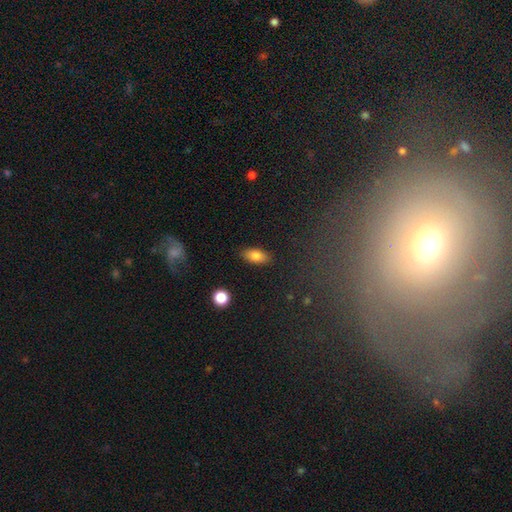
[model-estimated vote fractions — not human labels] smooth 82%, featured or disk 11%, star or artifact 8%. Down the decision tree: how rounded — in between (89%); merging — none (87%).